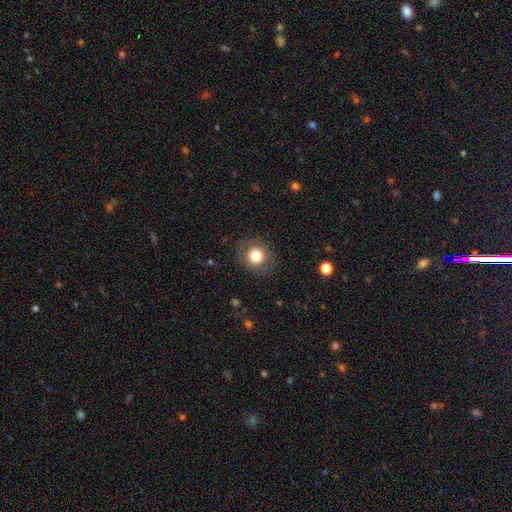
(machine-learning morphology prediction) This is likely a smooth galaxy (79%). How rounded: clearly round (86%). Merging: clearly none (85%).